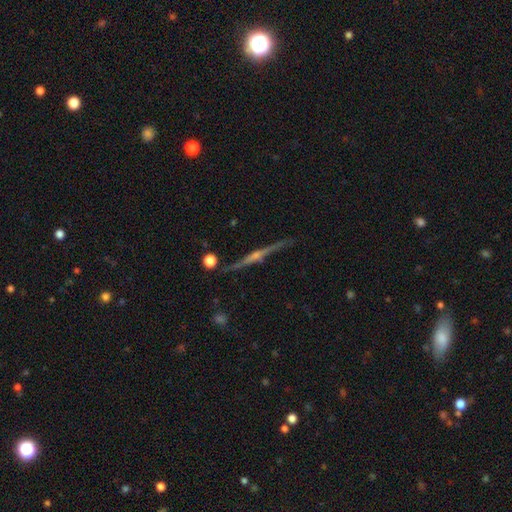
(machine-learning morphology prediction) smooth-or-featured: featured or disk: 83% | smooth: 9% | star or artifact: 8%
  disk-edge-on: yes: 97% | no: 3%
    edge-on-bulge: rounded: 79% | none: 13% | boxy: 8%
  merging: none: 85% | minor disturbance: 10% | major disturbance: 3% | merger: 2%